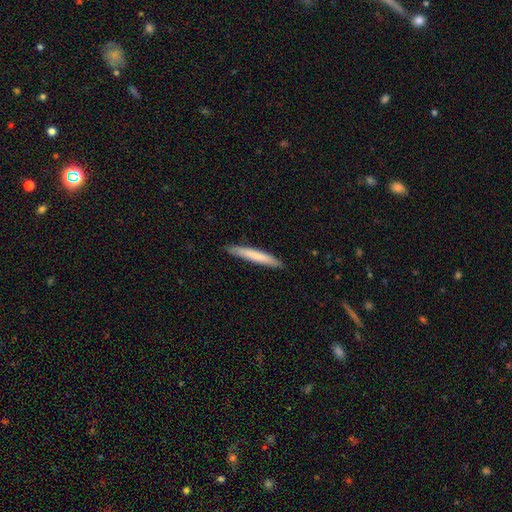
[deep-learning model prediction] A smooth galaxy with no disk features (73%) that is cigar-shaped (95%).

Vote fractions:
- Smooth or featured? smooth: 73% / featured or disk: 22% / star or artifact: 5%
- How rounded? cigar-shaped: 95% / in between: 4% / round: 1%
- Merging? none: 90% / minor disturbance: 8% / major disturbance: 1% / merger: 1%